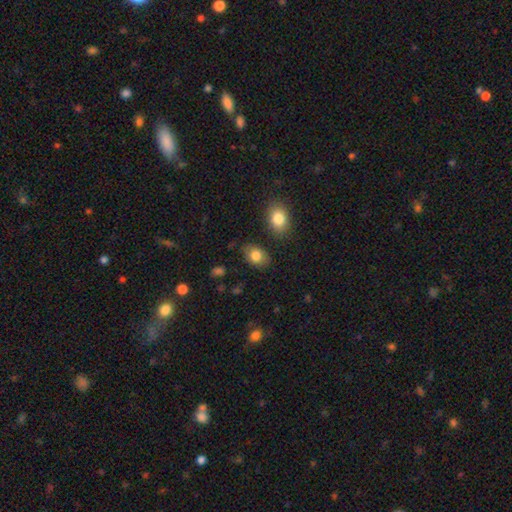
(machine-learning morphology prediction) This is likely a smooth galaxy (80%). How rounded: clearly in between (82%). Merging: clearly none (81%).